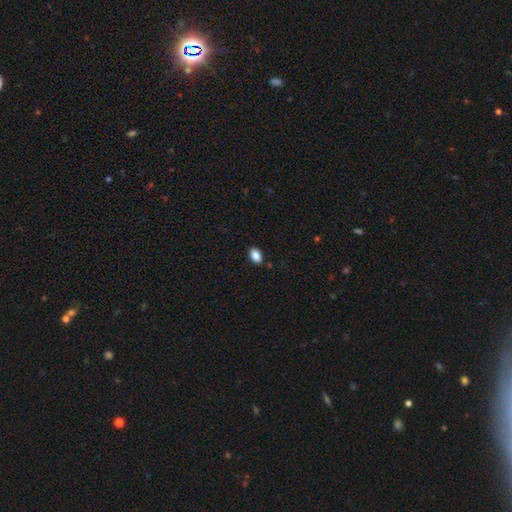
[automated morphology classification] This is clearly a smooth galaxy (87%). How rounded: clearly in between (85%). Merging: clearly none (88%).